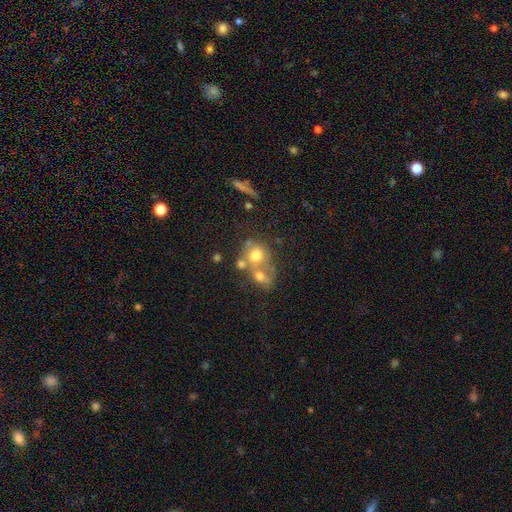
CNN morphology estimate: Overall: smooth (64%). How rounded: round (73%). Merging: merger (51%; none 32%).